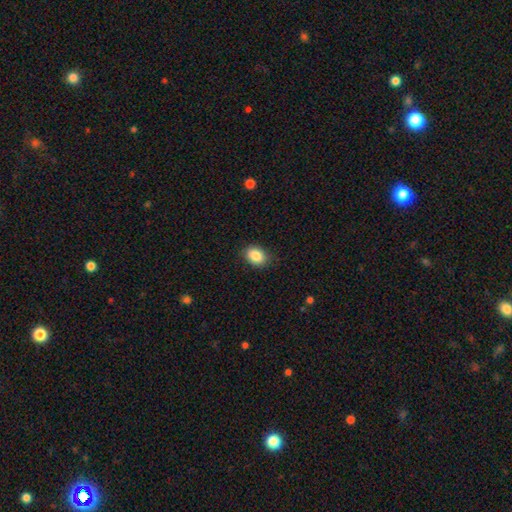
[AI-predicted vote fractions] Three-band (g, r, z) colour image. It shows a smooth galaxy with no disk features (86%) that is in between round and cigar-shaped (69%). Merging: none (86%).